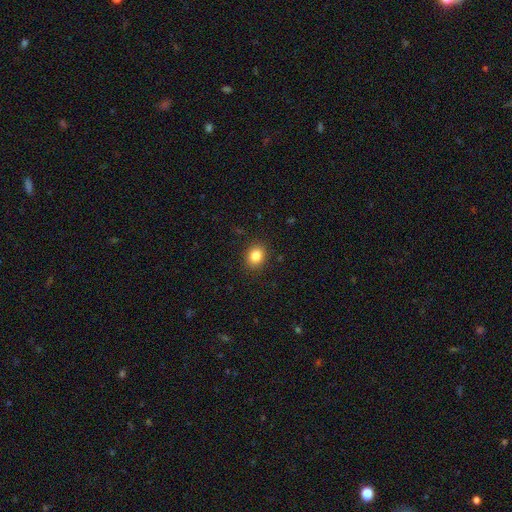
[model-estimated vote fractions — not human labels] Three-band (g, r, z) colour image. It shows a smooth galaxy with no disk features (85%) that is round (54%). Merging: none (88%).